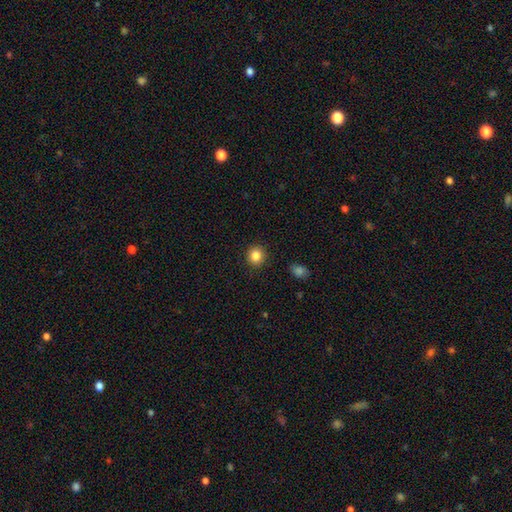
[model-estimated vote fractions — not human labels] This appears to be a smooth galaxy with no disk features (85%) that is round (88%). Merging: none (91%).